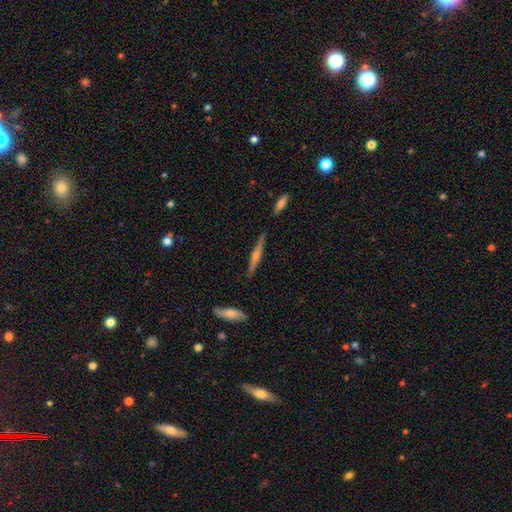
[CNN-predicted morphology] Smooth or featured?
  - featured or disk: 70% *
  - smooth: 21%
  - star or artifact: 9%
Edge-on disk?
  - yes: 97% *
  - no: 3%
Edge-on bulge?
  - rounded: 80% *
  - none: 11%
  - boxy: 9%
Merging?
  - none: 86% *
  - minor disturbance: 10%
  - major disturbance: 2%
  - merger: 2%